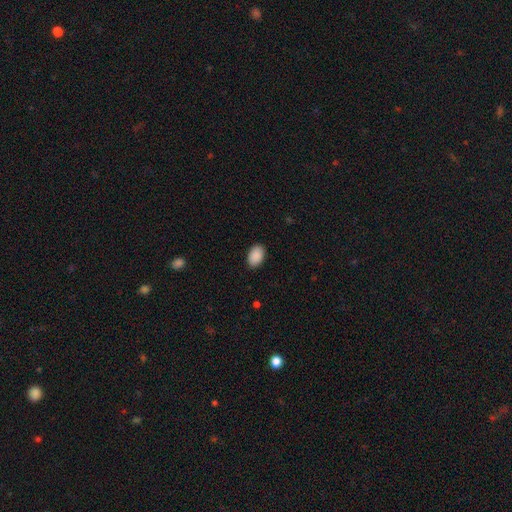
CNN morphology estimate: This appears to be a smooth galaxy with no disk features (91%) that is in between round and cigar-shaped (91%). Merging: none (89%).